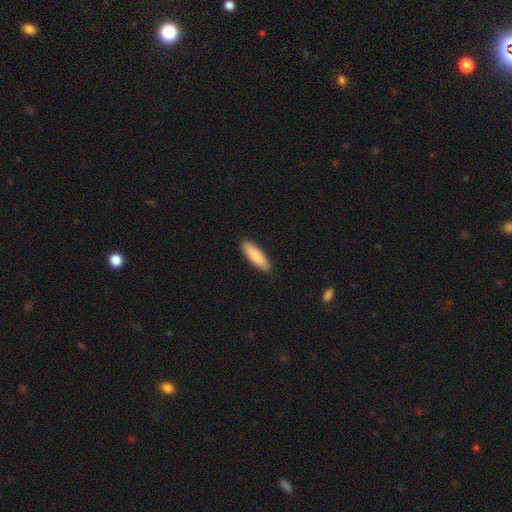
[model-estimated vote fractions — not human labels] smooth-or-featured: smooth: 86% | featured or disk: 9% | star or artifact: 5%
  how-rounded: cigar-shaped: 59% | in between: 40% | round: 1%
  merging: none: 90% | minor disturbance: 7% | major disturbance: 1% | merger: 1%